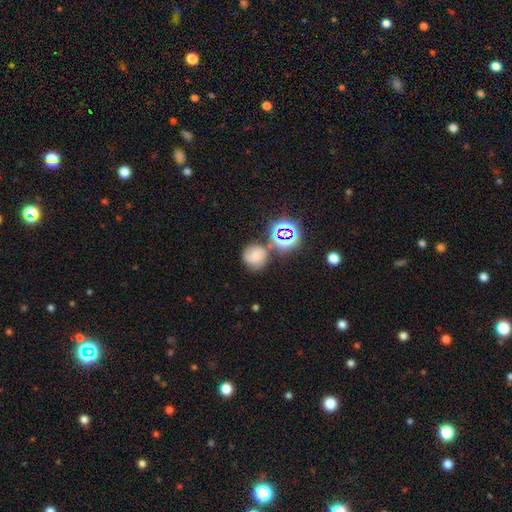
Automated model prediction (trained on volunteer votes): This appears to be a smooth galaxy with no disk features (41%). Merging: none (65%).